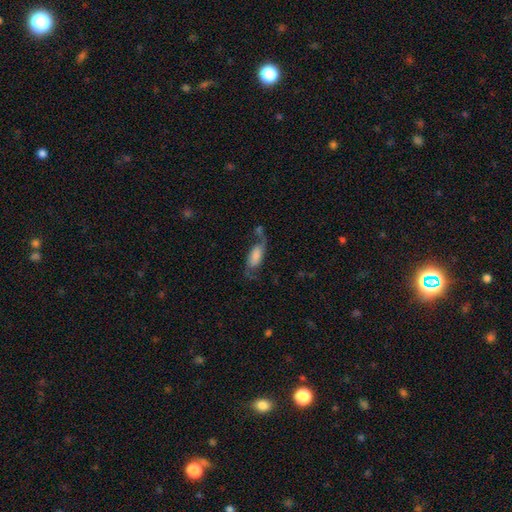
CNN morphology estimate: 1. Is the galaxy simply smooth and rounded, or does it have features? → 52% smooth, 40% featured or disk, 8% star or artifact.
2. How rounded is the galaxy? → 82% in between, 15% cigar-shaped, 3% round.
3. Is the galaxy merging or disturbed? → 41% none, 25% minor disturbance, 24% major disturbance, 11% merger.